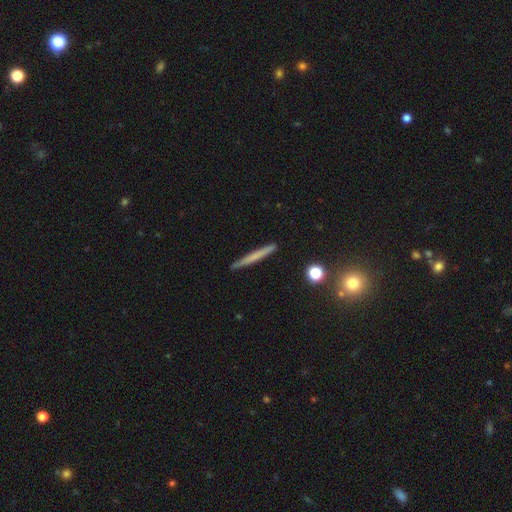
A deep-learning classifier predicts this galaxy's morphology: smooth-or-featured: smooth: 55% | featured or disk: 37% | star or artifact: 7%
  how-rounded: cigar-shaped: 96% | in between: 2% | round: 2%
  merging: none: 90% | minor disturbance: 7% | merger: 2% | major disturbance: 1%